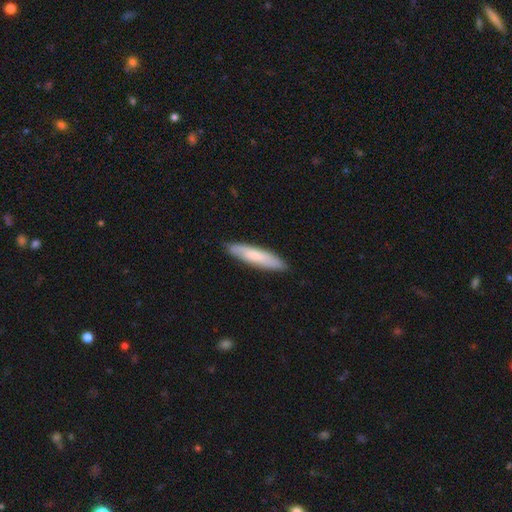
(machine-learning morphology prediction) A smooth galaxy with no disk features (68%) that is cigar-shaped (80%). Merging: none (87%).